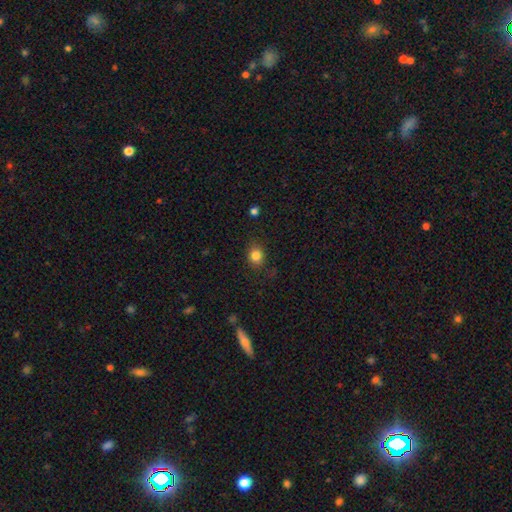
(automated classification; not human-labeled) Smooth or featured? smooth (83%)
How rounded? round (61%)
Merging? none (82%)